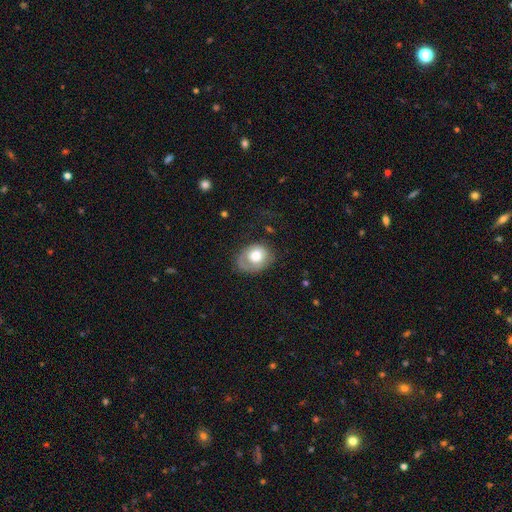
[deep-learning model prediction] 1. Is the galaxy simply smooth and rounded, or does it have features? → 57% smooth, 36% featured or disk, 7% star or artifact.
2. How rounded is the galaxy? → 59% in between, 41% round, 1% cigar-shaped.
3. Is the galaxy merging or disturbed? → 53% none, 26% minor disturbance, 19% major disturbance, 2% merger.